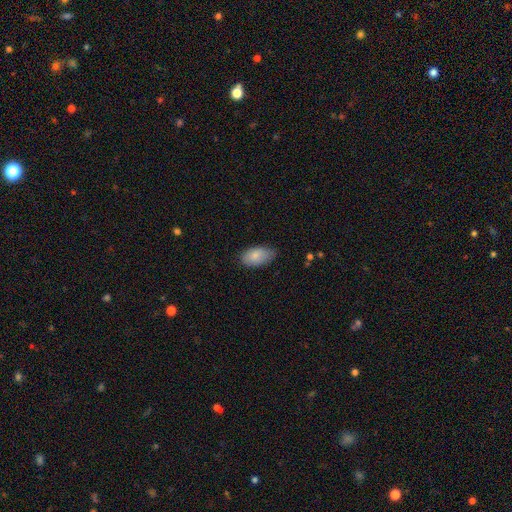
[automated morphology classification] smooth 84%, featured or disk 9%, star or artifact 6%. Down the decision tree: how rounded — in between (94%); merging — none (72%).